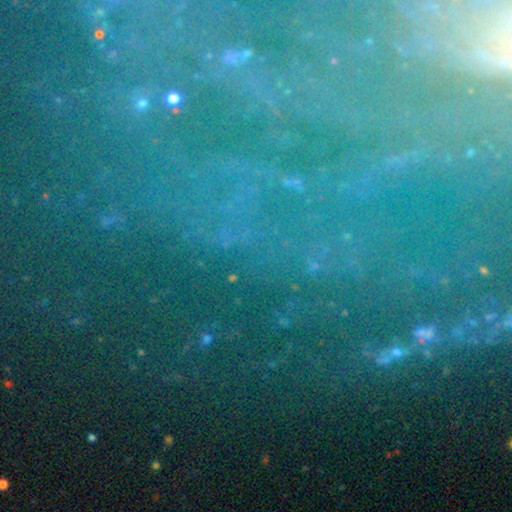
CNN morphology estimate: Overall: star or artifact (63%; featured or disk 25%).